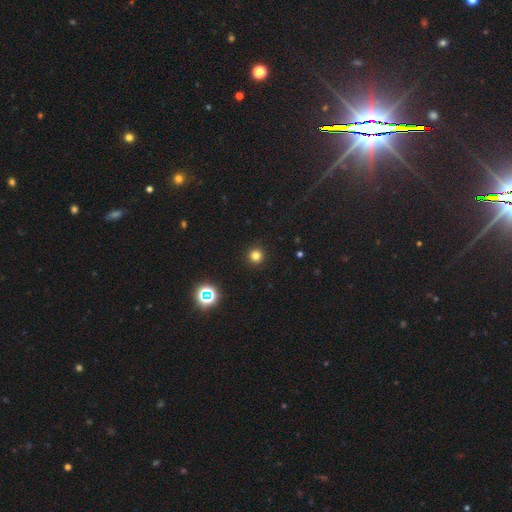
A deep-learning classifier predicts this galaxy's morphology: Smooth or featured?
  - smooth: 78% *
  - star or artifact: 17%
  - featured or disk: 5%
How rounded?
  - round: 96% *
  - in between: 3%
  - cigar-shaped: 1%
Merging?
  - none: 93% *
  - minor disturbance: 4%
  - major disturbance: 2%
  - merger: 1%